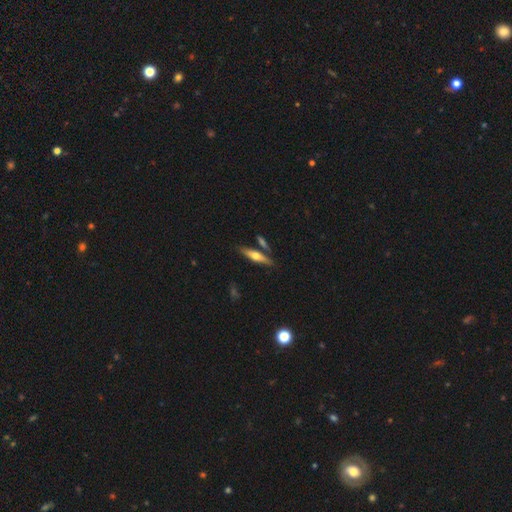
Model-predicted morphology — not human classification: Smooth or featured: featured or disk — 52% (smooth — 42%)
Edge-on disk: yes — 92% (no — 8%)
Merging: none — 76% (merger — 11%)